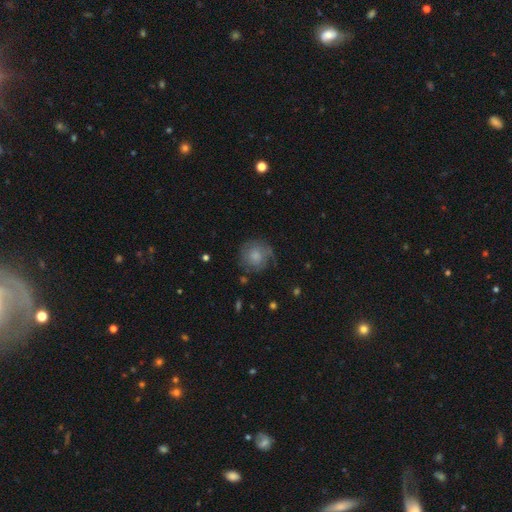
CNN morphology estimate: type=smooth (57%); roundness=round (91%); merging=none (67%).